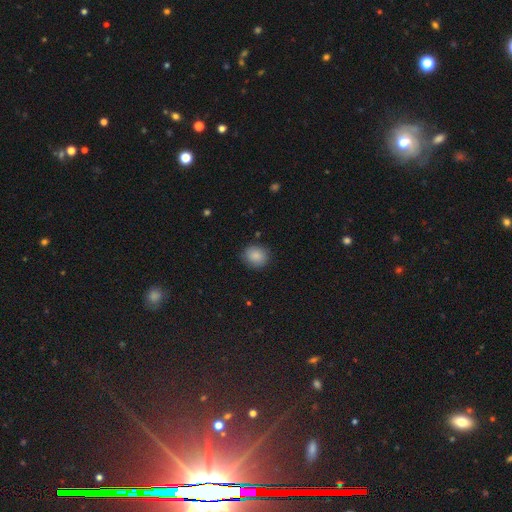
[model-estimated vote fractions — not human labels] This appears to be a smooth galaxy with no disk features (86%) that is round (75%). Merging: none (85%).